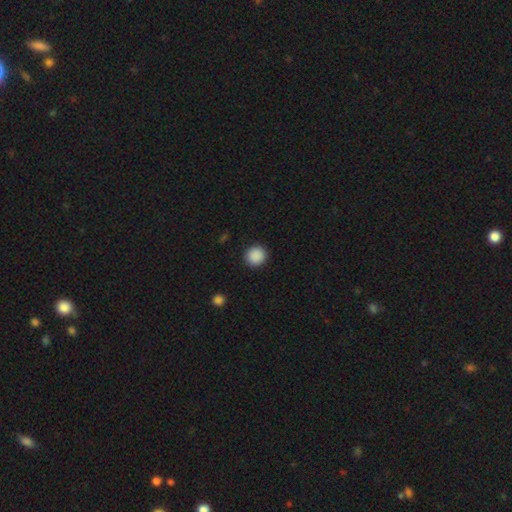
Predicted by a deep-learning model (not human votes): Smooth or featured: smooth — 89% (star or artifact — 9%)
How rounded: round — 93% (in between — 6%)
Merging: none — 92% (minor disturbance — 5%)